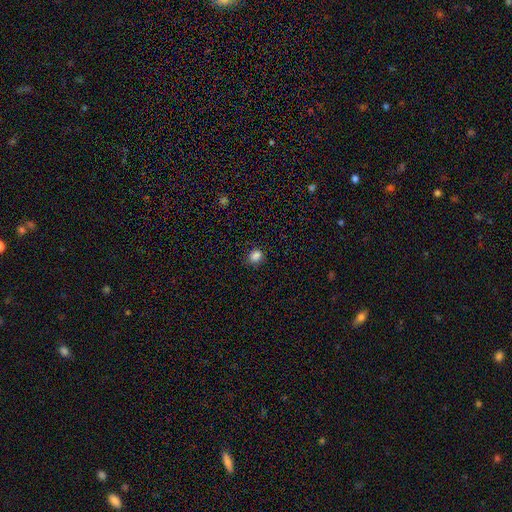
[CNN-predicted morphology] smooth-or-featured: smooth: 84% | star or artifact: 12% | featured or disk: 3%
  how-rounded: round: 54% | in between: 45% | cigar-shaped: 1%
  merging: none: 83% | minor disturbance: 13% | major disturbance: 3% | merger: 1%